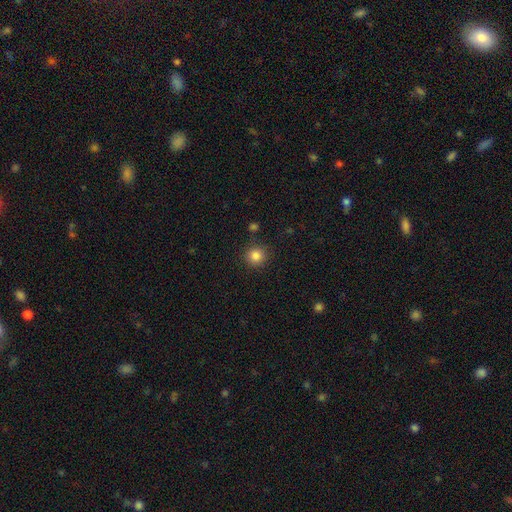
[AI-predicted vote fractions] A smooth galaxy with no disk features (85%) that is round (93%).

Vote fractions:
- Smooth or featured? smooth: 85% / star or artifact: 11% / featured or disk: 4%
- How rounded? round: 93% / in between: 6% / cigar-shaped: 1%
- Merging? none: 88% / minor disturbance: 7% / merger: 3% / major disturbance: 3%